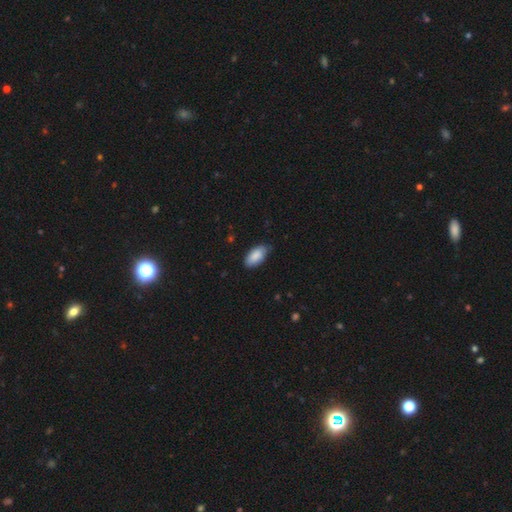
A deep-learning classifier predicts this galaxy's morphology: Smooth or featured? smooth (87%)
How rounded? in between (94%)
Merging? none (71%)